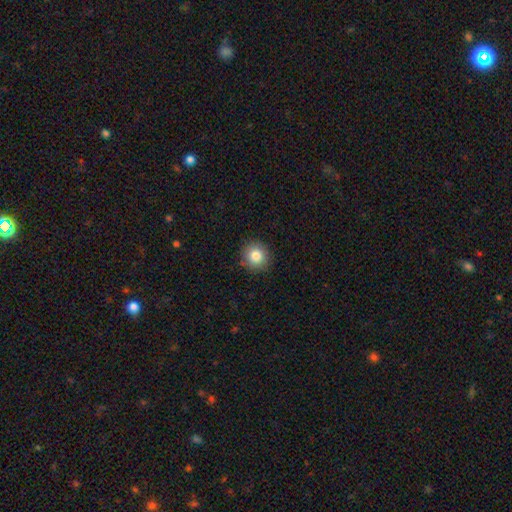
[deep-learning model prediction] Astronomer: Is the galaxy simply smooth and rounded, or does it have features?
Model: smooth — 83%.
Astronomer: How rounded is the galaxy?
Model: round — 90%.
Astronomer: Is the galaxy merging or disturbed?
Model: none — 89%.